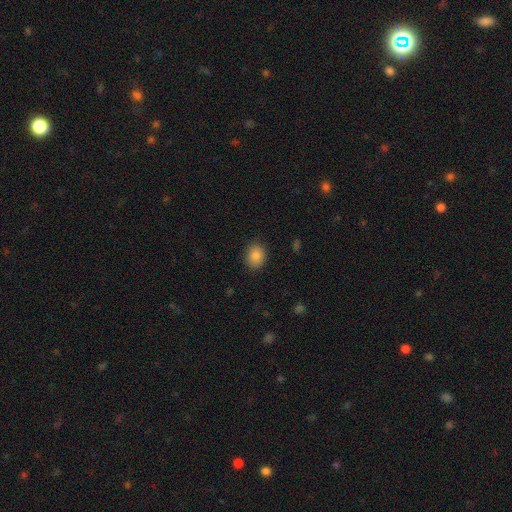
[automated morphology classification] Smooth or featured: smooth — 85% (star or artifact — 9%)
How rounded: in between — 56% (round — 44%)
Merging: none — 87% (minor disturbance — 9%)